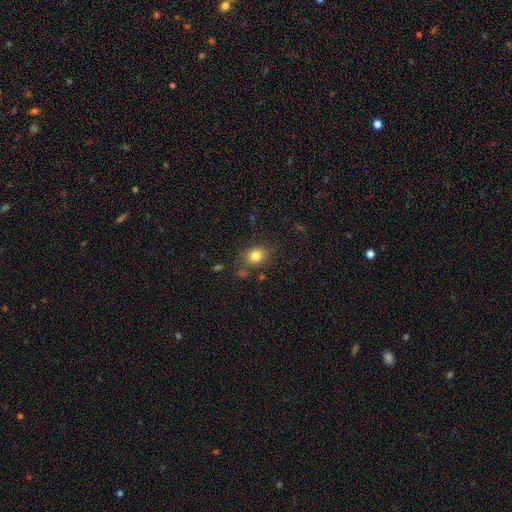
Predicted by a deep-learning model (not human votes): Smooth or featured: smooth — 82% (star or artifact — 11%)
How rounded: round — 51% (in between — 47%)
Merging: none — 75% (minor disturbance — 15%)